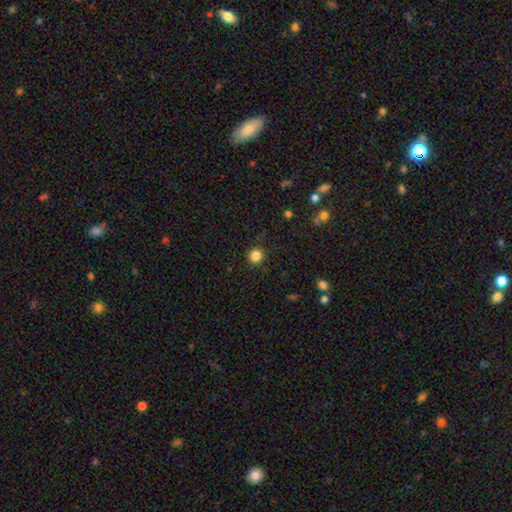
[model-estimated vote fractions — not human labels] Smooth or featured?
  - smooth: 85% *
  - star or artifact: 12%
  - featured or disk: 4%
How rounded?
  - round: 93% *
  - in between: 6%
  - cigar-shaped: 1%
Merging?
  - none: 90% *
  - minor disturbance: 7%
  - major disturbance: 2%
  - merger: 1%